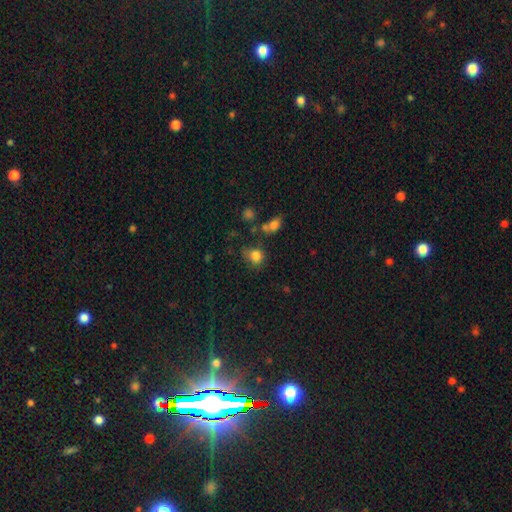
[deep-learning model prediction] smooth 81%, star or artifact 12%, featured or disk 7%. Down the decision tree: how rounded — round (62%); merging — none (58%).